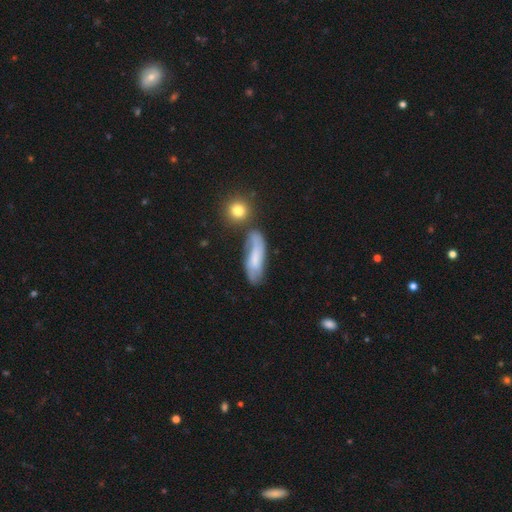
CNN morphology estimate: Smooth or featured? smooth (52%)
How rounded? in between (49%)
Merging? none (58%)